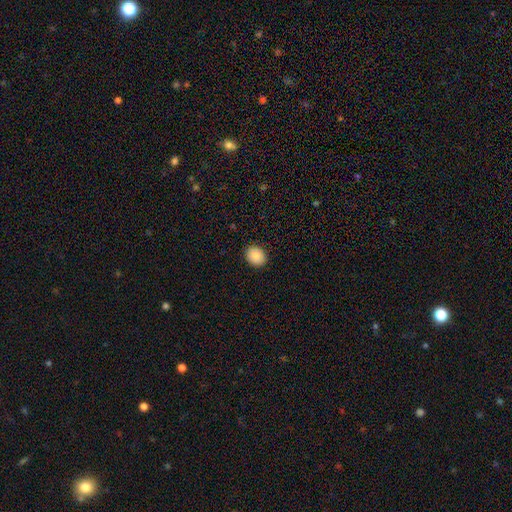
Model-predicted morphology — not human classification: type=smooth (87%); roundness=round (59%); merging=none (91%).